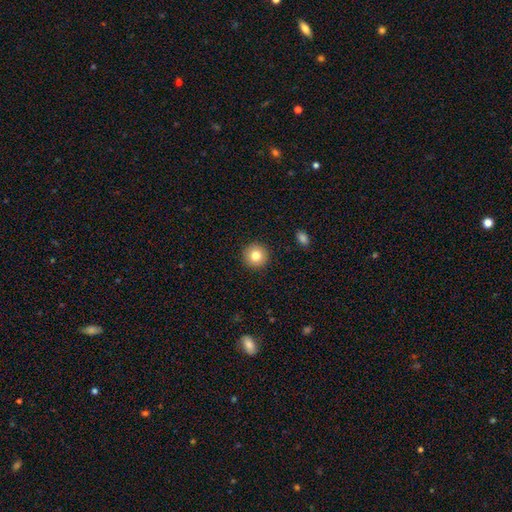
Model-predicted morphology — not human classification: Smooth or featured? smooth (80%)
How rounded? round (95%)
Merging? none (92%)